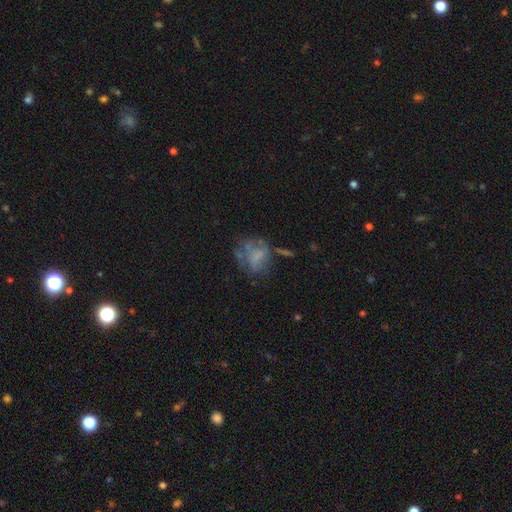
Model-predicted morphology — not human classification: This appears to be a smooth galaxy with no disk features (43%, tied with featured or disk). Merging: none (36%).